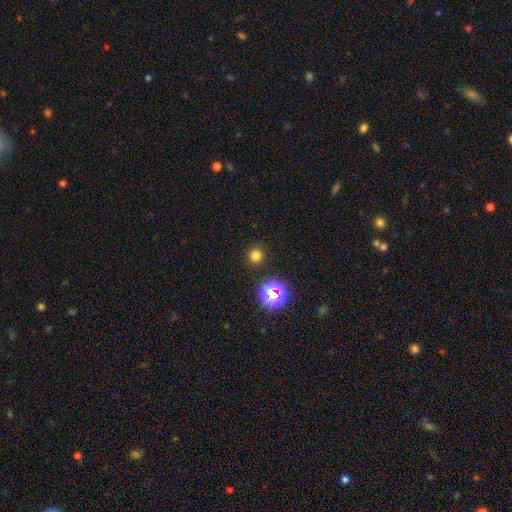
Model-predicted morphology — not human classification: Overall: smooth (74%). How rounded: round (92%). Merging: none (90%).